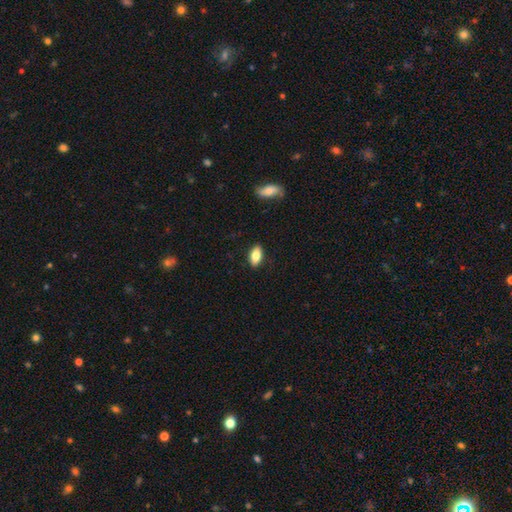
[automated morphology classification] Smooth or featured? Predicted: smooth (p=0.78). How rounded? Predicted: in between (p=0.89). Merging? Predicted: none (p=0.89).